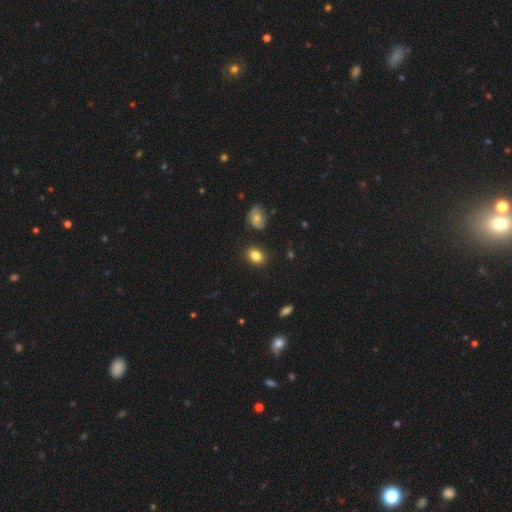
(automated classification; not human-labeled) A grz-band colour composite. It shows a smooth galaxy with no disk features (84%) that is in between round and cigar-shaped (57%). Merging: none (86%).